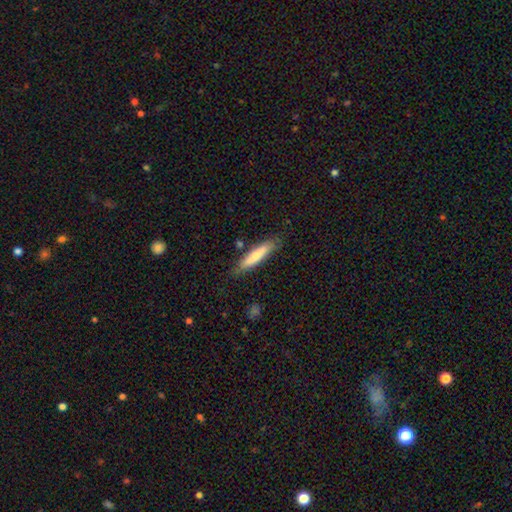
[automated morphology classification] smooth_or_featured: smooth (p=0.68) [alt: featured or disk p=0.26]
how_rounded: cigar-shaped (p=0.81) [alt: in between p=0.18]
merging: none (p=0.79) [alt: minor disturbance p=0.15]